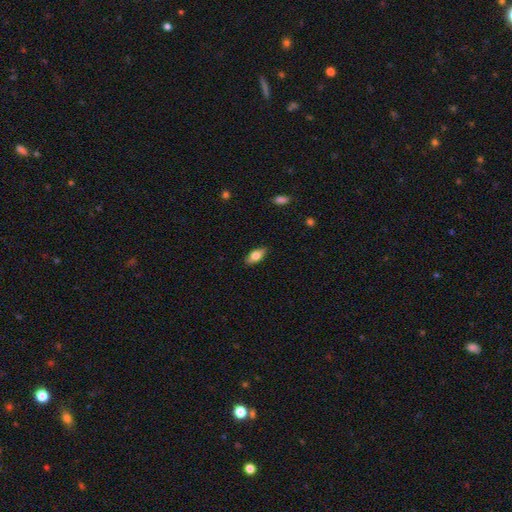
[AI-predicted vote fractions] Q: Smooth or featured?
A: smooth (73%); runner-up: featured or disk (20%)
Q: How rounded?
A: in between (84%); runner-up: cigar-shaped (13%)
Q: Merging?
A: none (87%); runner-up: minor disturbance (10%)